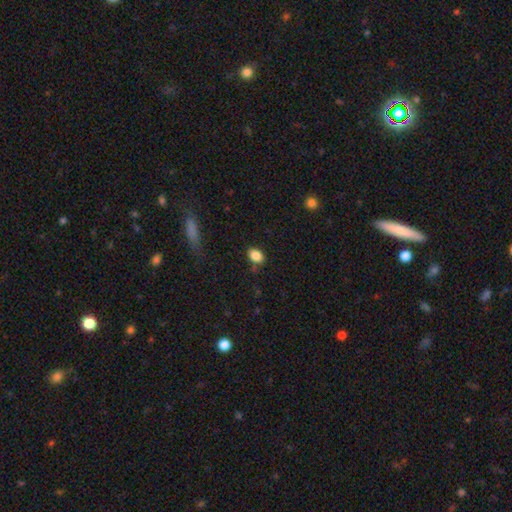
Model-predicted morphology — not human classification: Smooth or featured: smooth — 85% (star or artifact — 9%)
How rounded: in between — 82% (round — 16%)
Merging: none — 80% (minor disturbance — 14%)